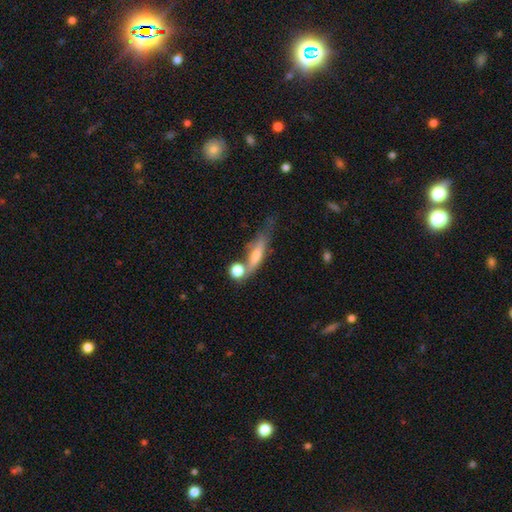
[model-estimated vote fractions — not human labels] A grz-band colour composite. It shows a smooth galaxy with no disk features (45%). Merging: none (44%).